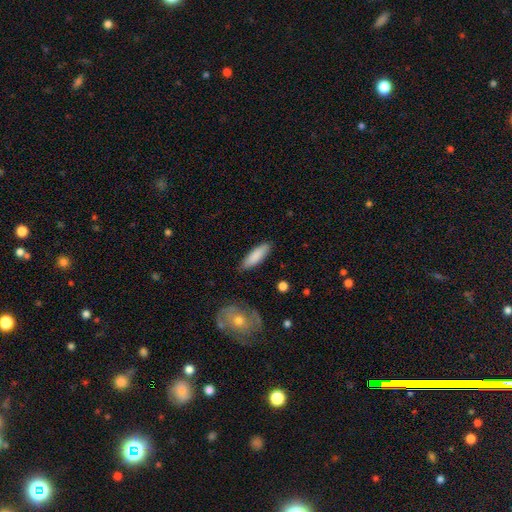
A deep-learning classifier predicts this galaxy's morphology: Q: Smooth or featured?
A: smooth (84%); runner-up: featured or disk (10%)
Q: How rounded?
A: cigar-shaped (58%); runner-up: in between (41%)
Q: Merging?
A: none (85%); runner-up: minor disturbance (11%)